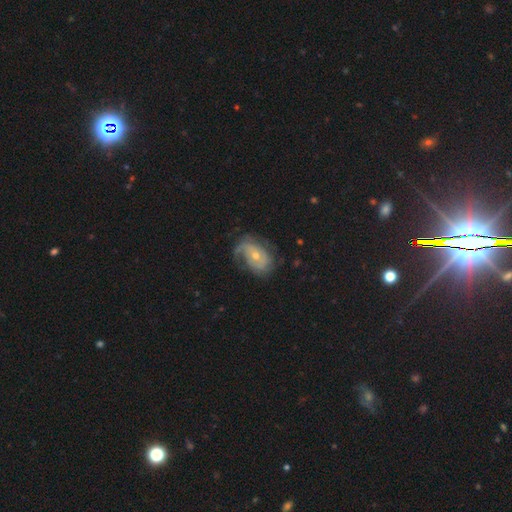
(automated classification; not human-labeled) This appears to be a featured or disk galaxy (73%) with no bar (71%), 1 (36%) medium (36%) spiral arms (86%) and a moderate central bulge (49%). Merging: none (53%).